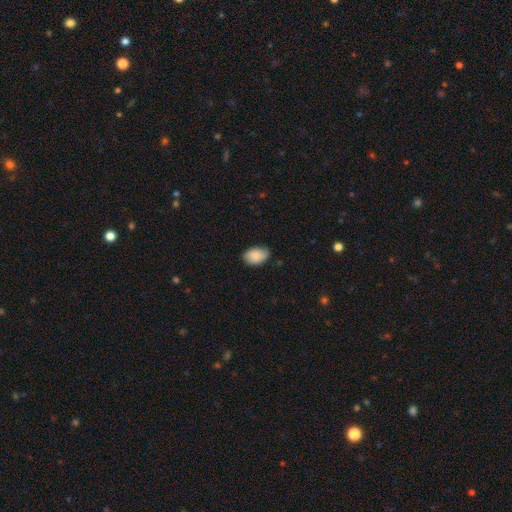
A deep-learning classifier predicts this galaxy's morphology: This appears to be a smooth galaxy with no disk features (86%) that is in between round and cigar-shaped (86%). Merging: none (74%).